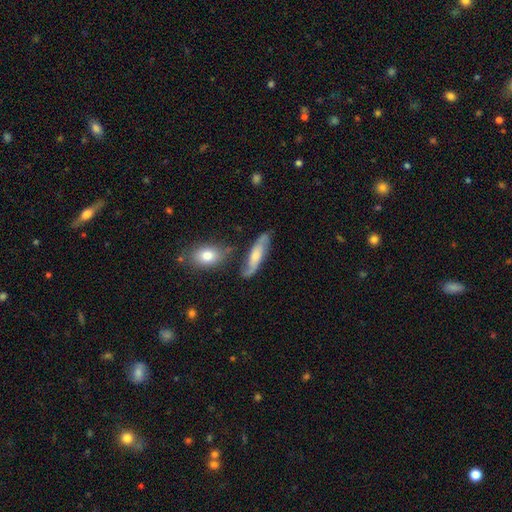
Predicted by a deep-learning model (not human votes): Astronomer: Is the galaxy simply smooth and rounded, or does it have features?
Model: featured or disk — 55% (runner-up: smooth, 38%).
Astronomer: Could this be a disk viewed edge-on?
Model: no — 71%.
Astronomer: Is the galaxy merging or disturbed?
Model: none — 66%.